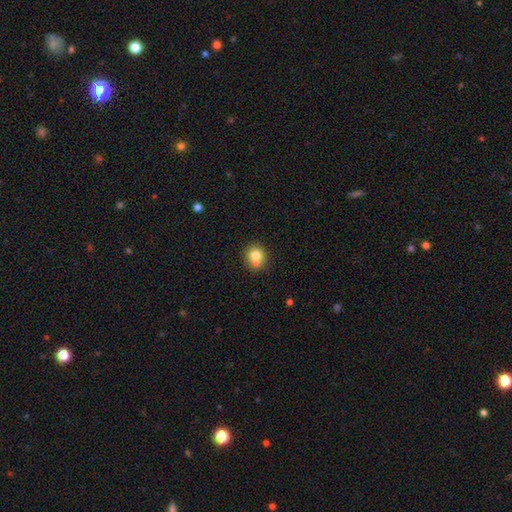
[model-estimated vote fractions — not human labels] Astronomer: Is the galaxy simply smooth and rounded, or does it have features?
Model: smooth — 76%.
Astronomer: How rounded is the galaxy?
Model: round — 82%.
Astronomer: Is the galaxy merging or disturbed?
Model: none — 53% (runner-up: merger, 34%).